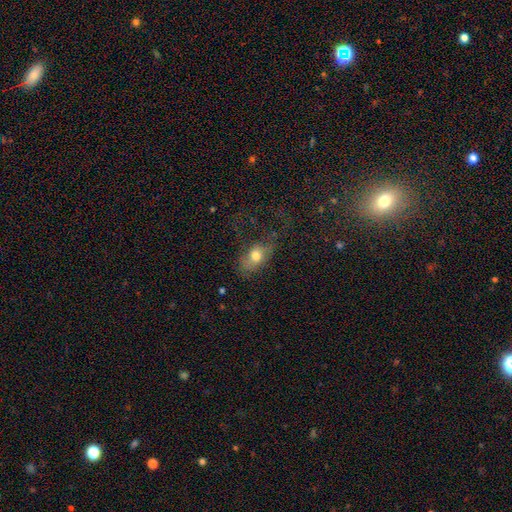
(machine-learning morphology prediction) Overall: smooth (69%). How rounded: in between (80%). Merging: none (46%; major disturbance 27%).